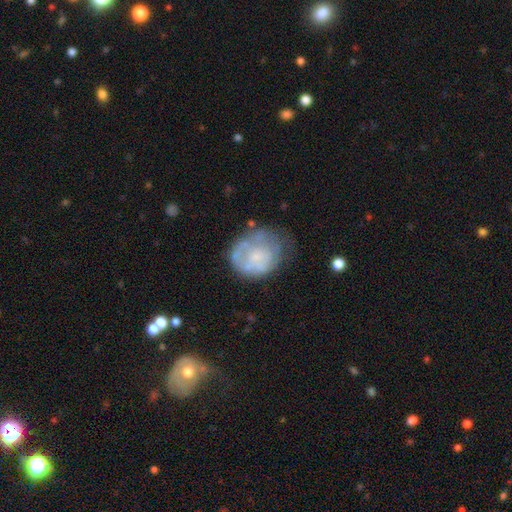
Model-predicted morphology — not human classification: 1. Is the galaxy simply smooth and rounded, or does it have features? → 48% featured or disk, 43% smooth, 9% star or artifact.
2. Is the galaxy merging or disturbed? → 45% none, 30% minor disturbance, 21% major disturbance, 3% merger.